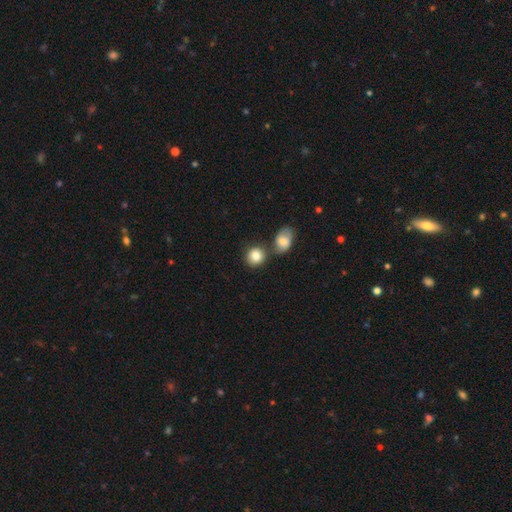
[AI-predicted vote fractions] Morphology: type=smooth (83%); roundness=round (79%); merging=none (56%).